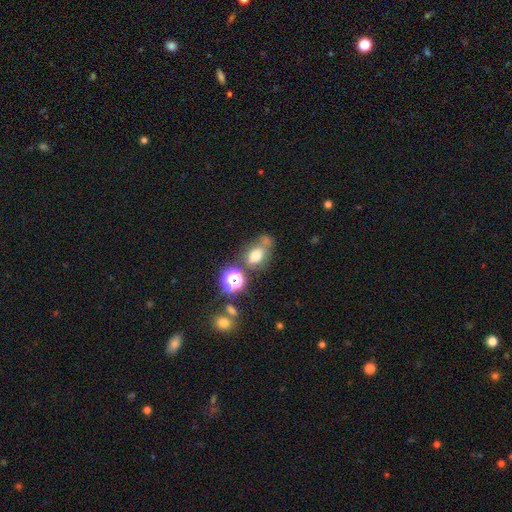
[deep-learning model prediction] Smooth or featured? Predicted: smooth (p=0.67). How rounded? Predicted: in between (p=0.65). Merging? Predicted: none (p=0.47).